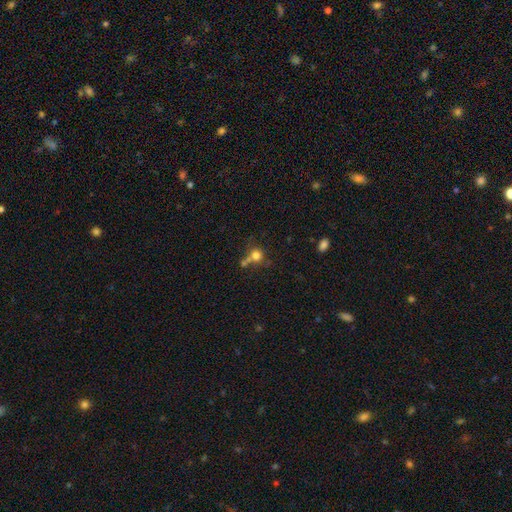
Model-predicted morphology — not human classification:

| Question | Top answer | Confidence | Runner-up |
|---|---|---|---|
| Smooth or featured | smooth | 75% | star or artifact (14%) |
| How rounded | round | 86% | in between (13%) |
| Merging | none | 50% | merger (34%) |